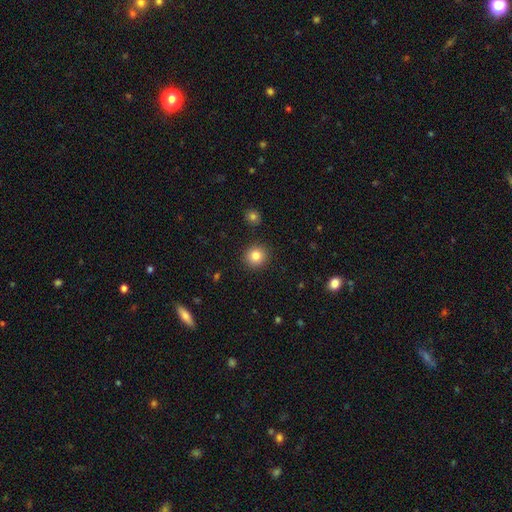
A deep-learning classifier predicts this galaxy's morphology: Smooth or featured? Predicted: smooth (p=0.83). How rounded? Predicted: round (p=0.93). Merging? Predicted: none (p=0.91).